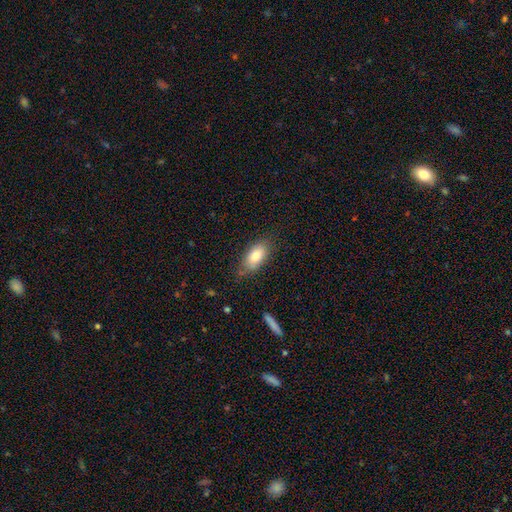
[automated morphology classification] This appears to be a smooth galaxy with no disk features (81%) that is in between round and cigar-shaped (89%). Merging: none (77%).